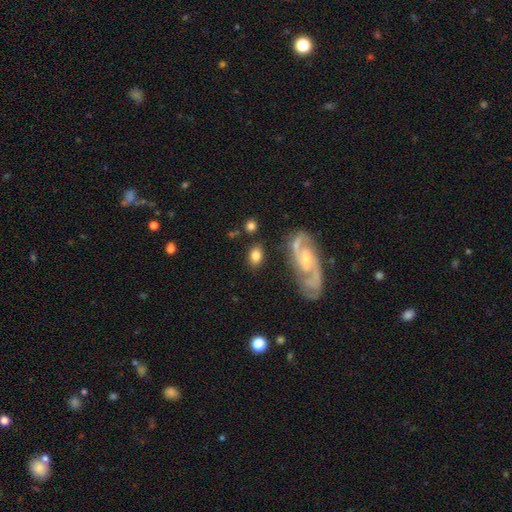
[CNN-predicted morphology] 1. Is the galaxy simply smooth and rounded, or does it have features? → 68% smooth, 25% featured or disk, 7% star or artifact.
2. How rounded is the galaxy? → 78% in between, 20% round, 2% cigar-shaped.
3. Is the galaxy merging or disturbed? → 76% none, 13% minor disturbance, 6% merger, 5% major disturbance.